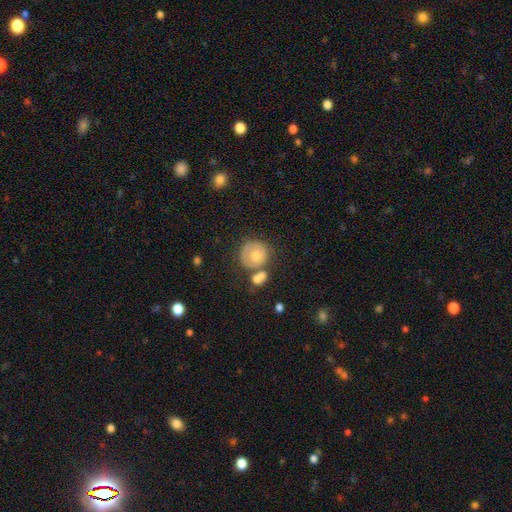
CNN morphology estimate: Overall: smooth (55%; star or artifact 29%). How rounded: round (87%). Merging: none (73%).